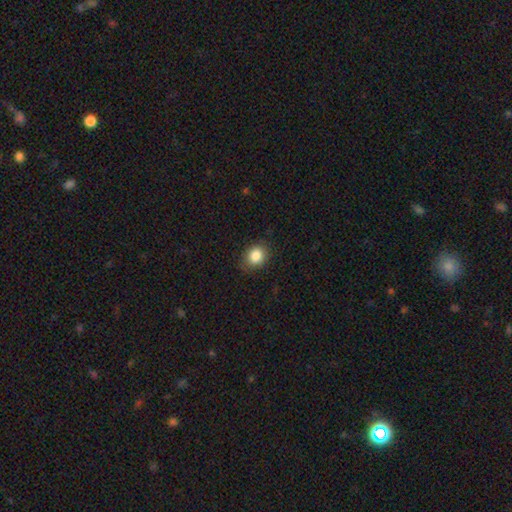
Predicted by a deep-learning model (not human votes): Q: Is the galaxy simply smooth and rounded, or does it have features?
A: smooth — 86%.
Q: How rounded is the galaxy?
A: round — 63%.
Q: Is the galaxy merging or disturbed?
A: none — 83%.